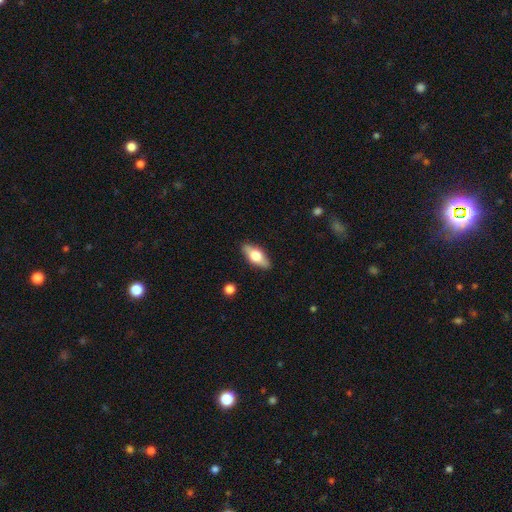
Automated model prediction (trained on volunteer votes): A smooth galaxy with no disk features (60%) that is in between round and cigar-shaped (79%).

Vote fractions:
- Smooth or featured? smooth: 60% / featured or disk: 34% / star or artifact: 6%
- How rounded? in between: 79% / cigar-shaped: 17% / round: 4%
- Merging? none: 88% / minor disturbance: 8% / major disturbance: 2% / merger: 1%